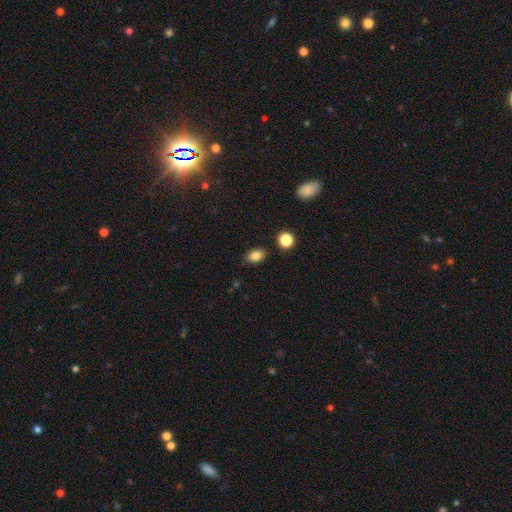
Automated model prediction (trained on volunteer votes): The model was most divided on "how rounded": in between: 76%, round: 23%, cigar-shaped: 1%. More confident: merging — none (85%); smooth or featured — smooth (84%).